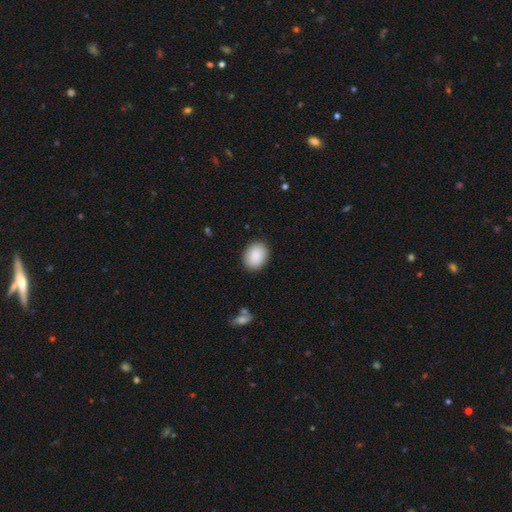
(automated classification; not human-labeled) smooth 90%, star or artifact 6%, featured or disk 3%. Down the decision tree: how rounded — in between (57%); merging — none (88%).